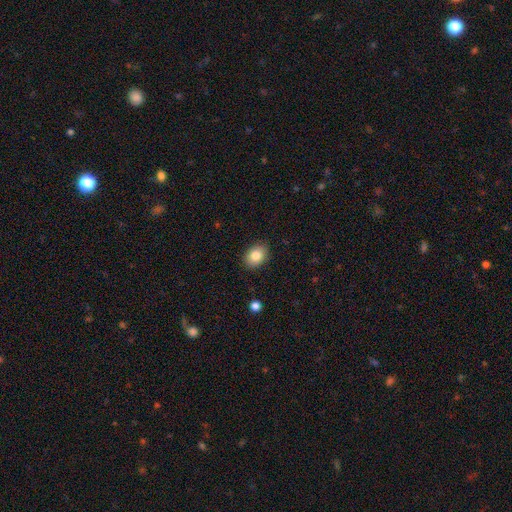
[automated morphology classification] Smooth or featured? smooth (84%)
How rounded? in between (70%)
Merging? none (88%)